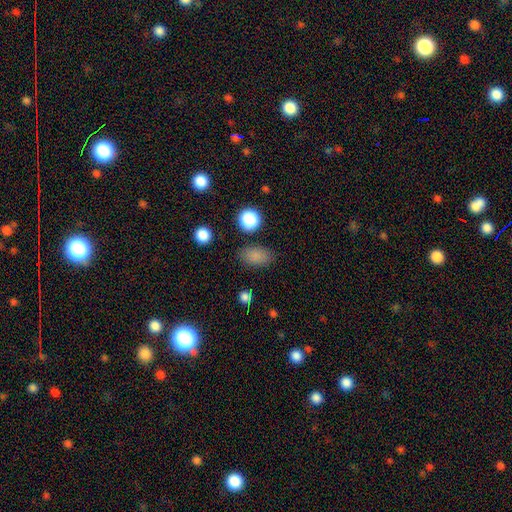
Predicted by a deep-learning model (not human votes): Morphology: type=smooth (82%); roundness=in between (85%); merging=none (82%).